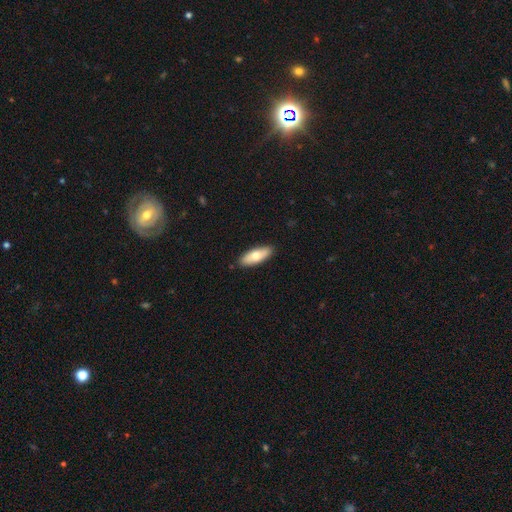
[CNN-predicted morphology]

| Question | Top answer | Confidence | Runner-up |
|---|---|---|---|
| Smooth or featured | smooth | 70% | featured or disk (25%) |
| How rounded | in between | 69% | cigar-shaped (29%) |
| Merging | none | 89% | minor disturbance (9%) |